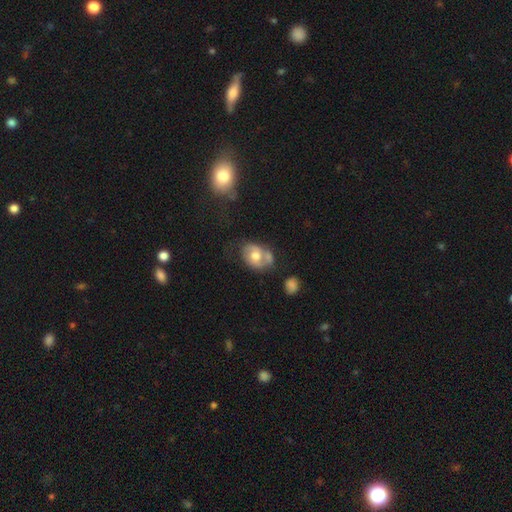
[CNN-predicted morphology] smooth 48%, featured or disk 45%, star or artifact 8%. Down the decision tree: merging — none (38%).